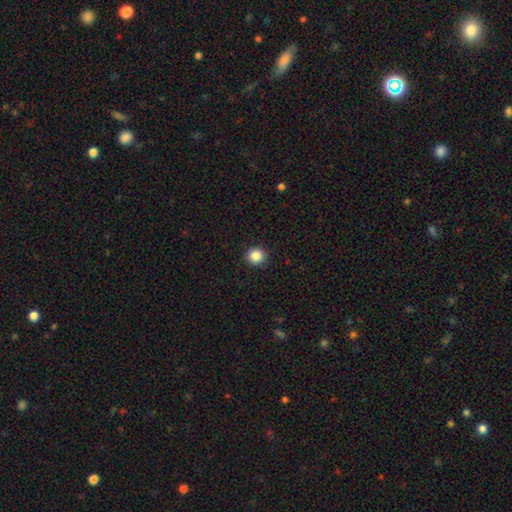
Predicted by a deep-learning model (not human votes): A smooth galaxy with no disk features (87%) that is round (91%). Merging: none (92%).